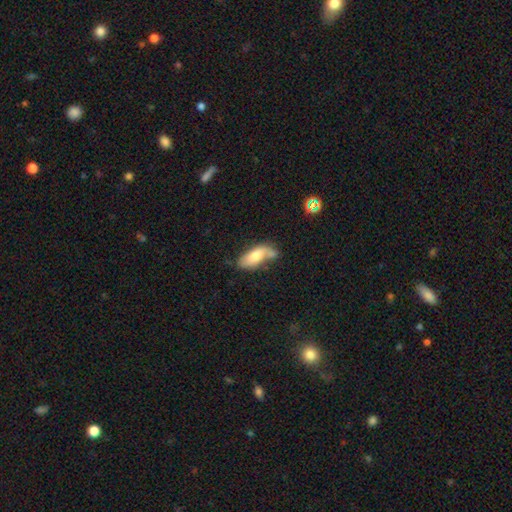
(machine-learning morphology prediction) smooth 69%, featured or disk 24%, star or artifact 7%. Down the decision tree: how rounded — in between (77%); merging — none (41%).